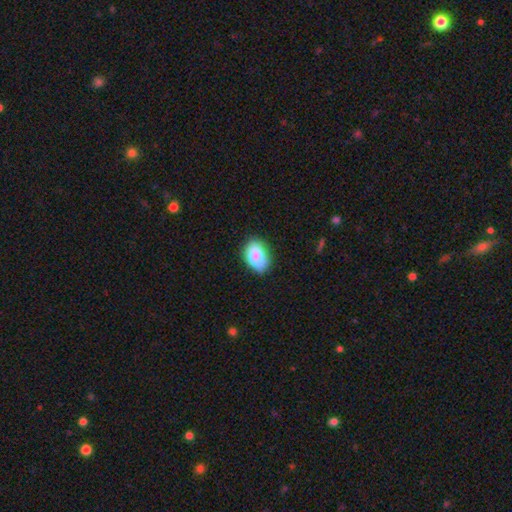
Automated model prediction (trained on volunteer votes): This is clearly a smooth galaxy (82%). How rounded: clearly in between (84%). Merging: likely none (80%).